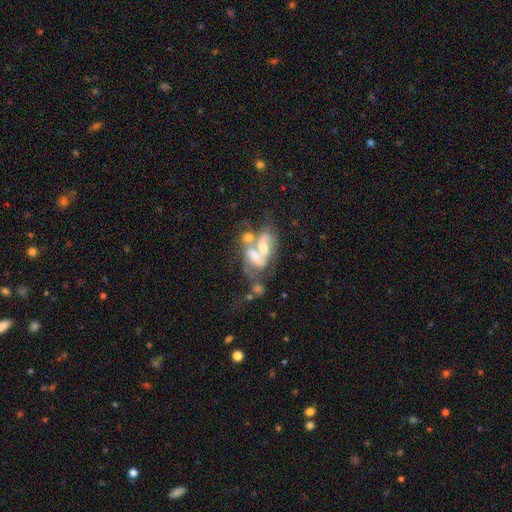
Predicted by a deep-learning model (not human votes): Smooth or featured: featured or disk — 64% (smooth — 23%)
Edge-on disk: no — 93% (yes — 7%)
Bar: no — 66% (weak — 21%)
Spiral arms: no — 65% (yes — 35%)
Bulge size: moderate — 45% (small — 26%)
Merging: merger — 61% (none — 16%)